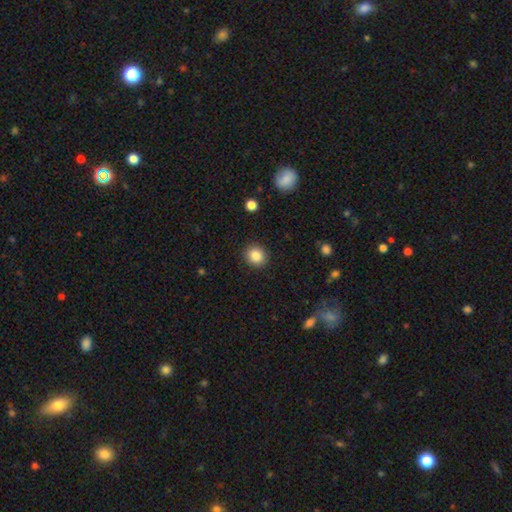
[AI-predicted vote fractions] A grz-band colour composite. It shows a smooth galaxy with no disk features (85%) that is round (83%). Merging: none (91%).